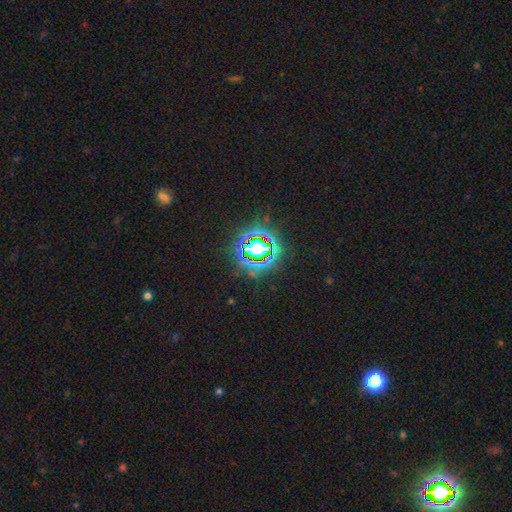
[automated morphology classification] Smooth or featured? Predicted: star or artifact (p=0.79).